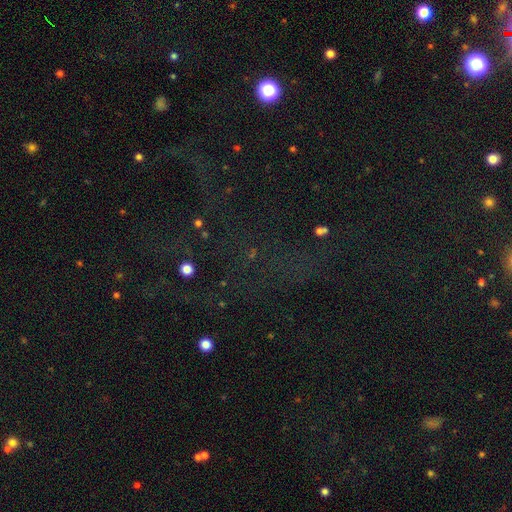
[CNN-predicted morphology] star or artifact 72%, smooth 17%, featured or disk 11%.